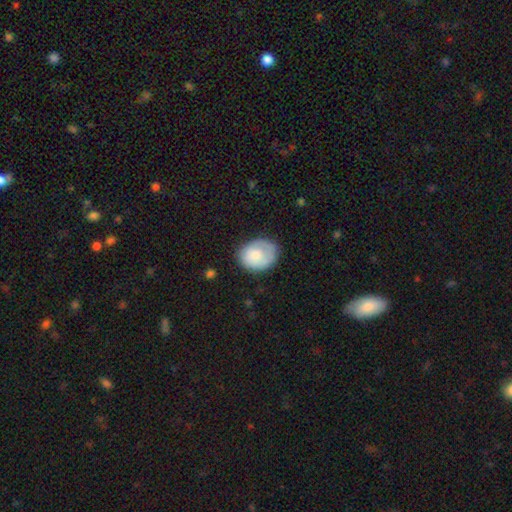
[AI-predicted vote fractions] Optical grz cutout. It shows a smooth galaxy with no disk features (70%) that is in between round and cigar-shaped (60%). Merging: none (67%).